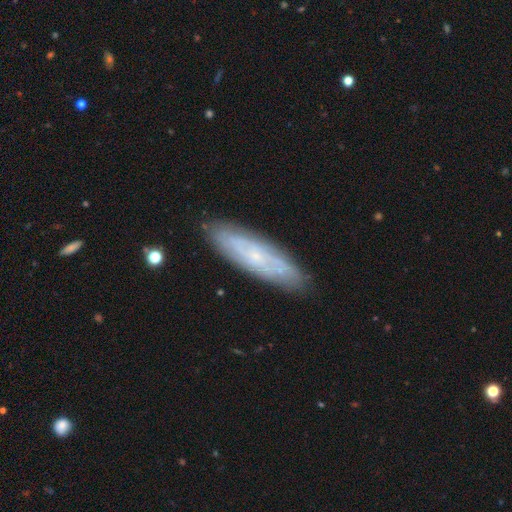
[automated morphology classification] Overall: featured or disk (59%; smooth 34%). Edge-on disk: no (68%; yes 32%). Merging: none (84%).